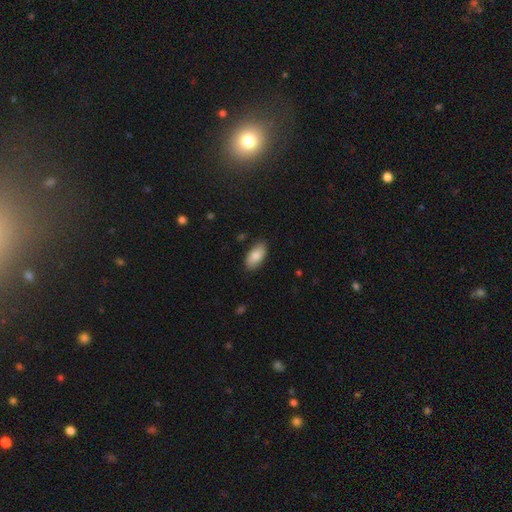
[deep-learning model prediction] This is clearly a smooth galaxy (84%). How rounded: clearly in between (94%). Merging: clearly none (85%).